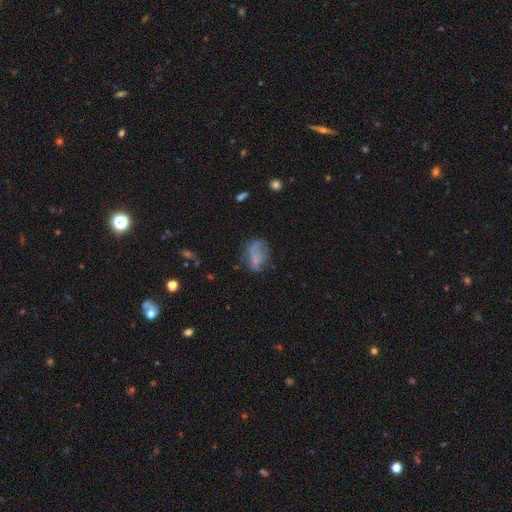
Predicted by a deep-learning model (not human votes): A smooth galaxy with no disk features (59%) that is in between round and cigar-shaped (79%). Merging: none (42%).